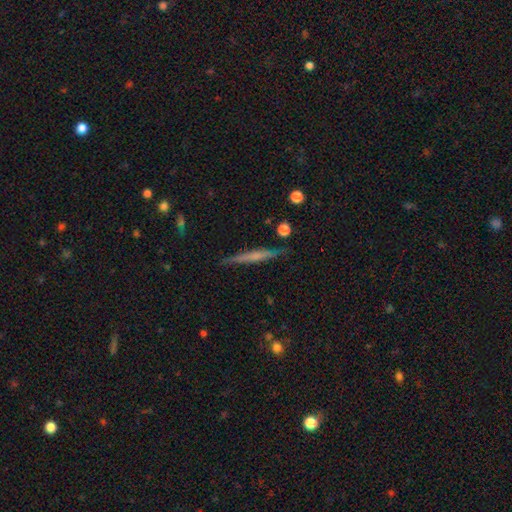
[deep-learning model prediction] featured or disk 55%, smooth 38%, star or artifact 7%. Down the decision tree: edge-on disk — yes (97%); edge-on bulge — none (59%); merging — none (88%).